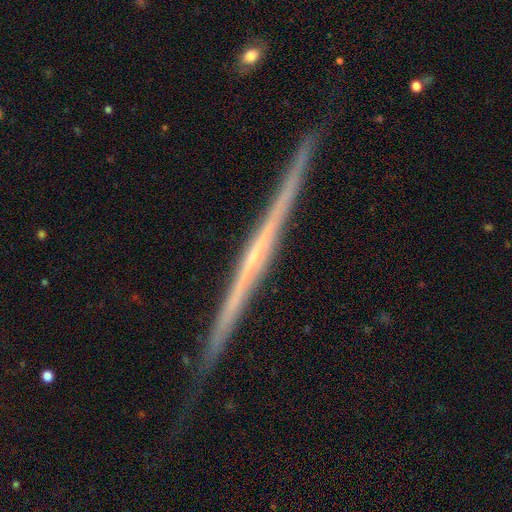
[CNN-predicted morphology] type=featured or disk (80%); edge-on=yes (98%); edge-on bulge=none (73%); merging=none (89%).